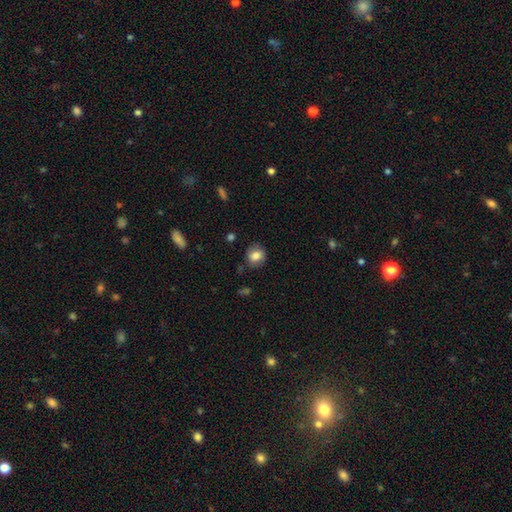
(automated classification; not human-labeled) This is likely a smooth galaxy (79%). How rounded: likely round (74%). Merging: likely none (79%).